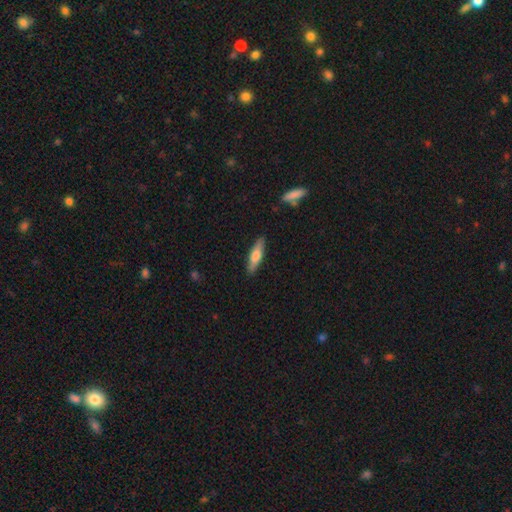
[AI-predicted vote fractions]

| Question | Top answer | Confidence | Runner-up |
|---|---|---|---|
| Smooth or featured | smooth | 62% | featured or disk (32%) |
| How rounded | cigar-shaped | 69% | in between (29%) |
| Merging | none | 88% | minor disturbance (9%) |